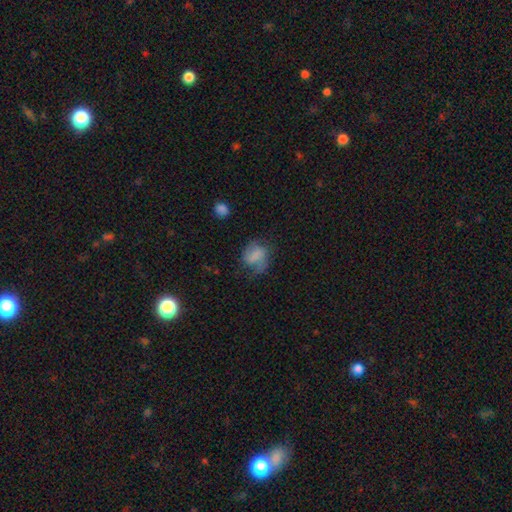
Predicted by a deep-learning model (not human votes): The model was most divided on "how rounded": in between: 50%, round: 48%, cigar-shaped: 1%. Remaining: smooth or featured — smooth (54%); merging — none (46%).